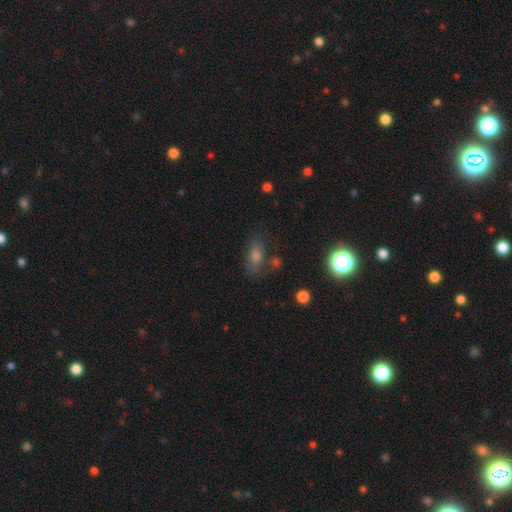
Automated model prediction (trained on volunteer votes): This is likely a smooth galaxy (62%). How rounded: likely in between (70%). Merging: likely none (73%).